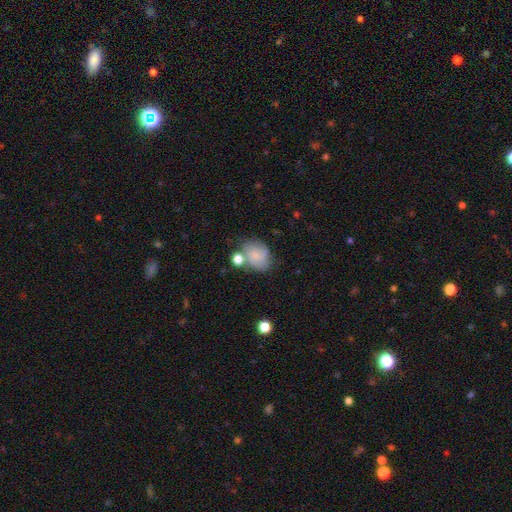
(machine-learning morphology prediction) This is possibly a smooth galaxy (51%). How rounded: possibly round (53%). Merging: possibly none (51%).